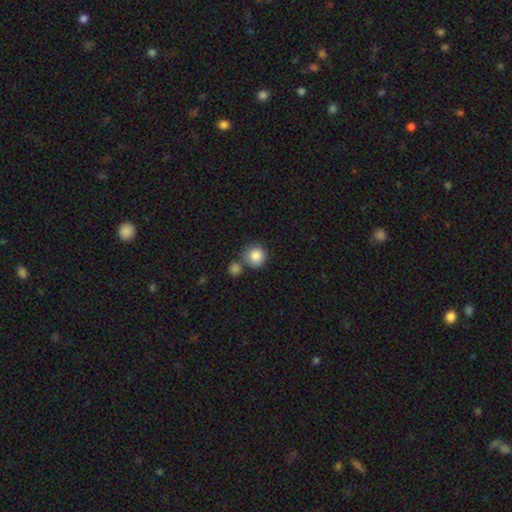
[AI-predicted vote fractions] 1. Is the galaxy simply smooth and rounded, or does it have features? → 87% smooth, 8% star or artifact, 5% featured or disk.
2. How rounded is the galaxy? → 91% round, 8% in between, 1% cigar-shaped.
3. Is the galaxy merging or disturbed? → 62% none, 22% merger, 12% minor disturbance, 4% major disturbance.